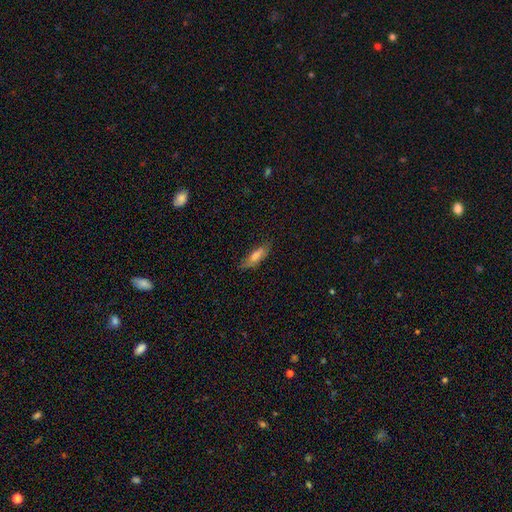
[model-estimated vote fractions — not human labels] This is likely a smooth galaxy (62%). How rounded: possibly in between (49%, tied with cigar-shaped). Merging: likely none (73%).